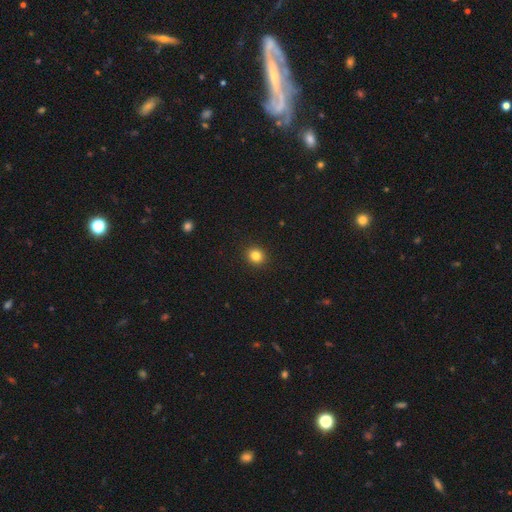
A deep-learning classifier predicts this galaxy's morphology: type=smooth (83%); roundness=round (84%); merging=none (93%).